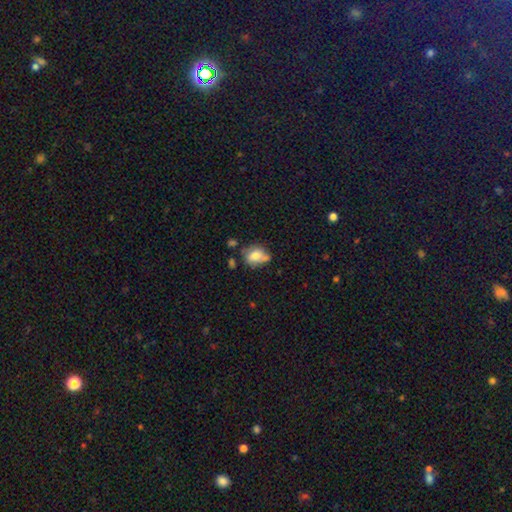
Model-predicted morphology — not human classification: smooth-or-featured: smooth: 71% | featured or disk: 20% | star or artifact: 10%
  how-rounded: in between: 58% | round: 41% | cigar-shaped: 2%
  merging: none: 48% | minor disturbance: 28% | merger: 15% | major disturbance: 9%